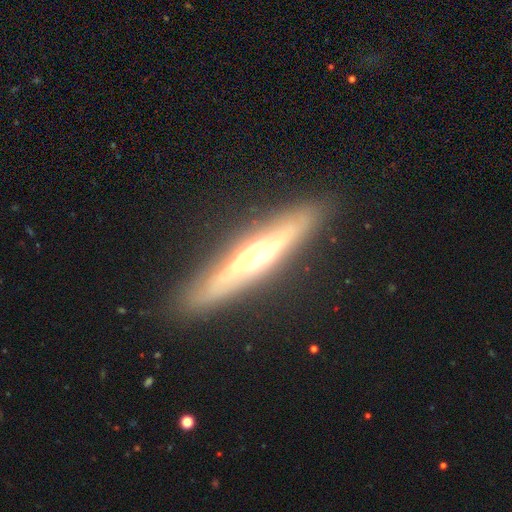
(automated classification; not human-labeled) smooth-or-featured: featured or disk: 75% | smooth: 18% | star or artifact: 6%
  disk-edge-on: yes: 82% | no: 18%
    edge-on-bulge: rounded: 83% | none: 10% | boxy: 7%
  merging: none: 87% | minor disturbance: 9% | major disturbance: 2% | merger: 1%